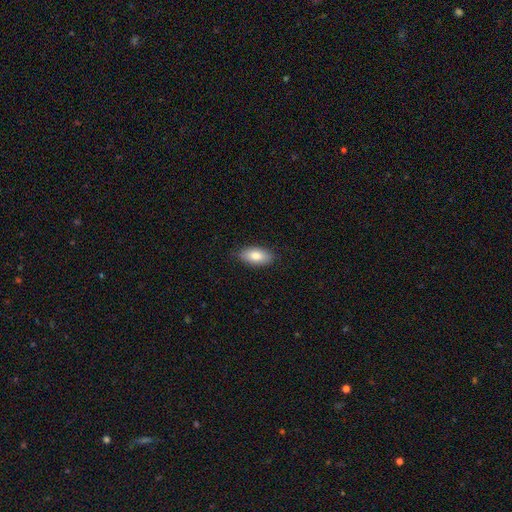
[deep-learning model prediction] smooth-or-featured: smooth: 83% | featured or disk: 11% | star or artifact: 6%
  how-rounded: in between: 92% | cigar-shaped: 5% | round: 3%
  merging: none: 86% | minor disturbance: 11% | major disturbance: 2% | merger: 1%